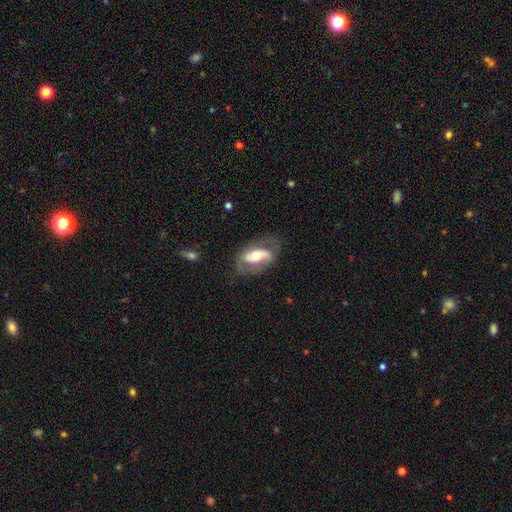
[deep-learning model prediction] The model was most divided on "bar": strong: 38%, no: 34%, weak: 29%. More confident: edge-on disk — no (88%); spiral arms — yes (68%); bulge size — moderate (67%); smooth or featured — featured or disk (67%); merging — none (60%).